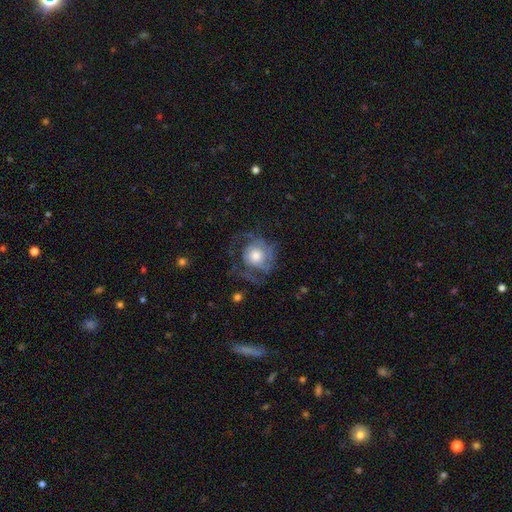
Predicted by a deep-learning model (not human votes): A featured or disk galaxy (59%) with no bar (82%), spiral arms (75%) and a moderate central bulge (52%). Merging: none (46%).